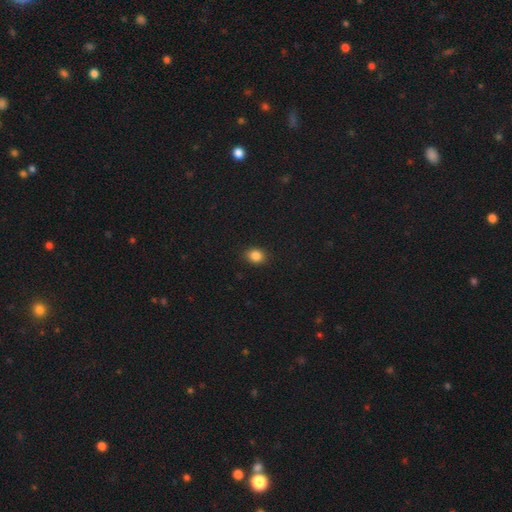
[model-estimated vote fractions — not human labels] Q: Smooth or featured?
A: smooth (86%); runner-up: star or artifact (11%)
Q: How rounded?
A: round (52%); runner-up: in between (47%)
Q: Merging?
A: none (89%); runner-up: minor disturbance (8%)